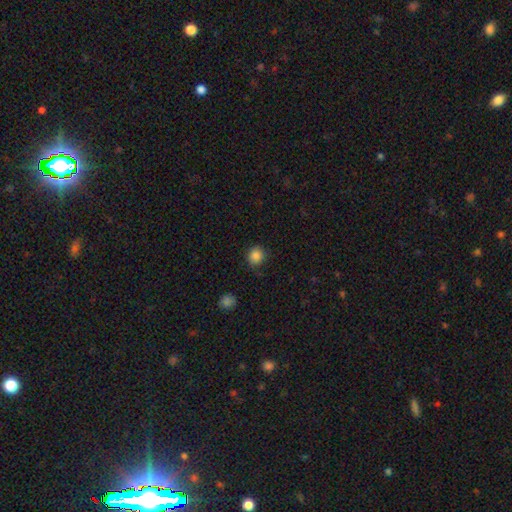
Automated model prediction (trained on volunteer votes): The model was most divided on "smooth or featured": smooth: 85%, star or artifact: 11%, featured or disk: 4%. More confident: merging — none (87%); how rounded — round (87%).